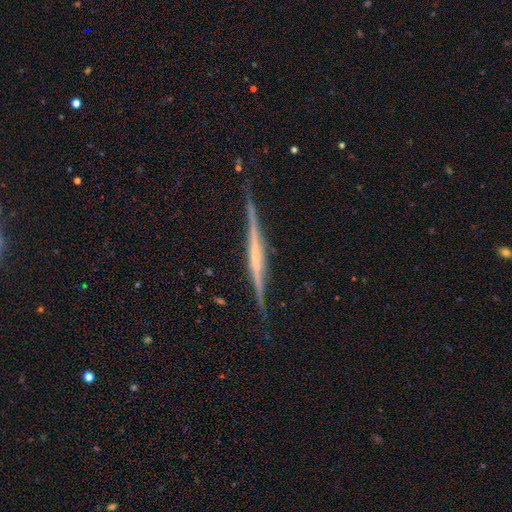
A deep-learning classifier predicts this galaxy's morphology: smooth_or_featured: featured or disk (p=0.80) [alt: smooth p=0.14]
disk_edge_on: yes (p=0.98) [alt: no p=0.02]
edge_on_bulge: none (p=0.55) [alt: rounded p=0.29]
merging: none (p=0.84) [alt: minor disturbance p=0.12]